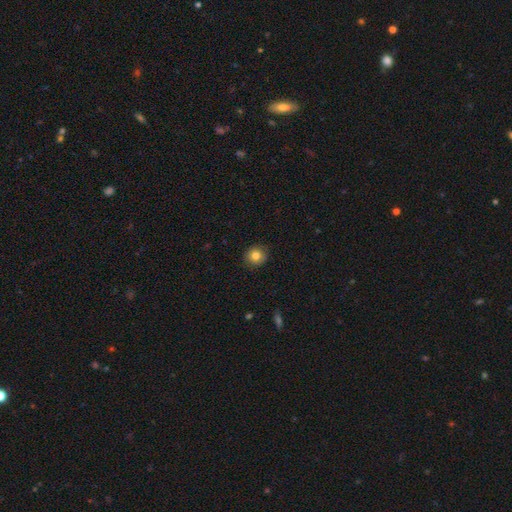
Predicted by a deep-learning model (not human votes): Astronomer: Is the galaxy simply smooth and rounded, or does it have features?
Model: smooth — 82%.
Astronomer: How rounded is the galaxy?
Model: round — 89%.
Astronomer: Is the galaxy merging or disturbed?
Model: none — 88%.